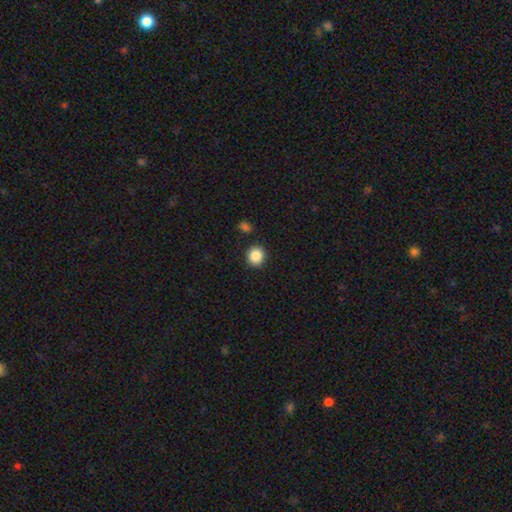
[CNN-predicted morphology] Smooth or featured? Predicted: smooth (p=0.87). How rounded? Predicted: round (p=0.89). Merging? Predicted: none (p=0.89).